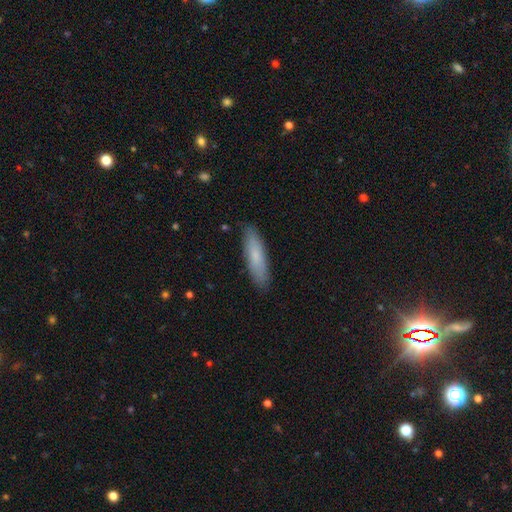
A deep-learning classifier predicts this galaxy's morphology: A smooth galaxy with no disk features (77%) that is cigar-shaped (75%). Merging: none (88%).